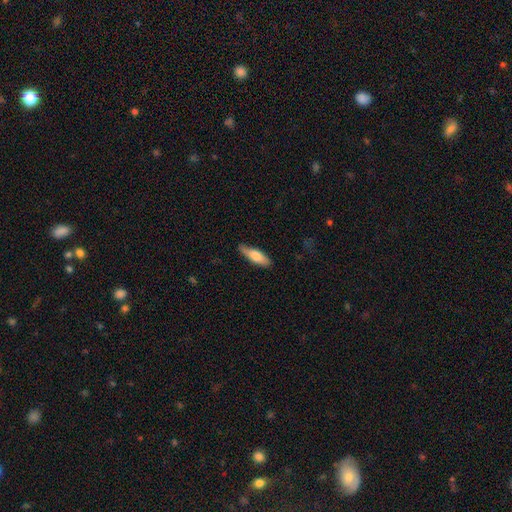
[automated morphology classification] This appears to be a smooth galaxy with no disk features (72%) that is in between round and cigar-shaped (50%). Merging: none (77%).